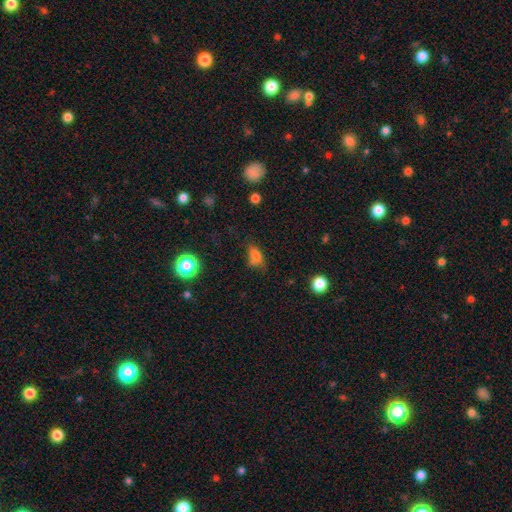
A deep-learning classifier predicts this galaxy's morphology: This is likely a smooth galaxy (74%). How rounded: likely in between (79%). Merging: possibly none (56%).